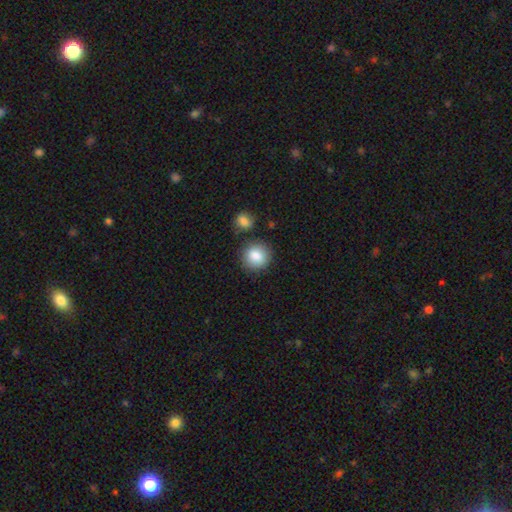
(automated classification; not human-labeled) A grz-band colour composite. It shows a smooth galaxy with no disk features (87%) that is round (89%). Merging: none (80%).